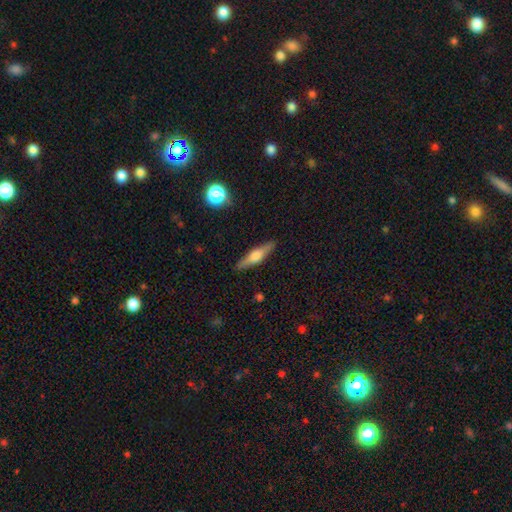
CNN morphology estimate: smooth_or_featured: featured or disk (p=0.58) [alt: smooth p=0.36]
disk_edge_on: yes (p=0.95) [alt: no p=0.05]
edge_on_bulge: rounded (p=0.91) [alt: boxy p=0.06]
merging: none (p=0.90) [alt: minor disturbance p=0.08]